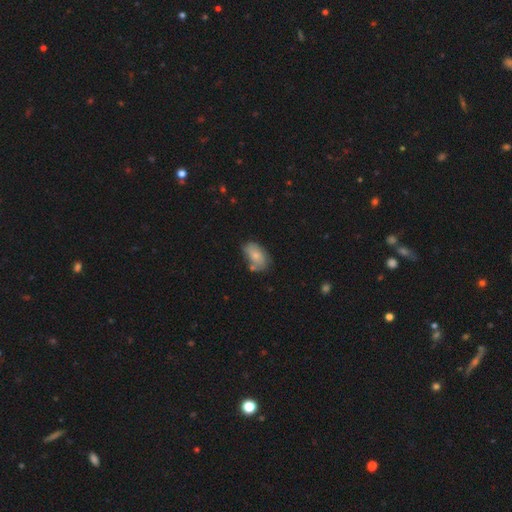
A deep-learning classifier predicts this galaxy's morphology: smooth 73%, featured or disk 20%, star or artifact 7%. Down the decision tree: how rounded — in between (90%); merging — none (52%).